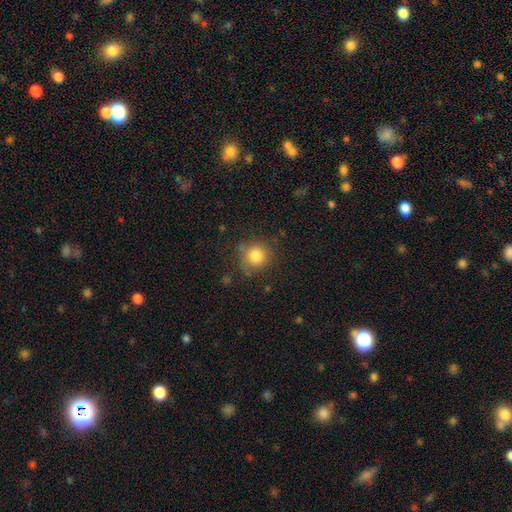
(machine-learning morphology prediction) Smooth or featured?
  - smooth: 83% *
  - star or artifact: 10%
  - featured or disk: 7%
How rounded?
  - round: 89% *
  - in between: 11%
  - cigar-shaped: 1%
Merging?
  - none: 73% *
  - minor disturbance: 18%
  - major disturbance: 6%
  - merger: 3%